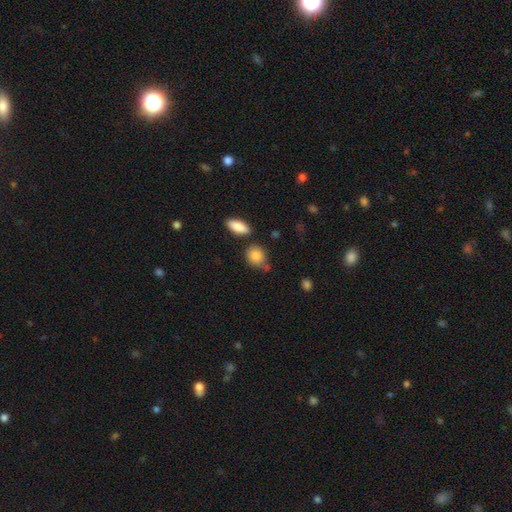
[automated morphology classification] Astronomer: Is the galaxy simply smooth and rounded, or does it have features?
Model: smooth — 87%.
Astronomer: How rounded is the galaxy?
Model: round — 62%.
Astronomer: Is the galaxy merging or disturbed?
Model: none — 63%.